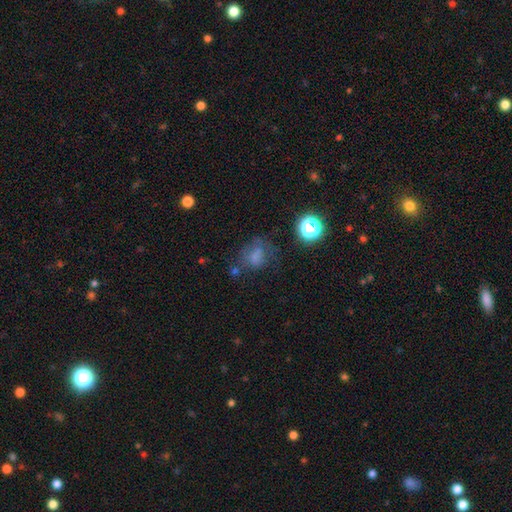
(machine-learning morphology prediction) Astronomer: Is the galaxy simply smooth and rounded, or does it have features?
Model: smooth — 55%.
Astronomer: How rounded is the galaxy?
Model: round — 56% (runner-up: in between, 43%).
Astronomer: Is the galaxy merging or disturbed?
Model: none — 47% (runner-up: minor disturbance, 23%).